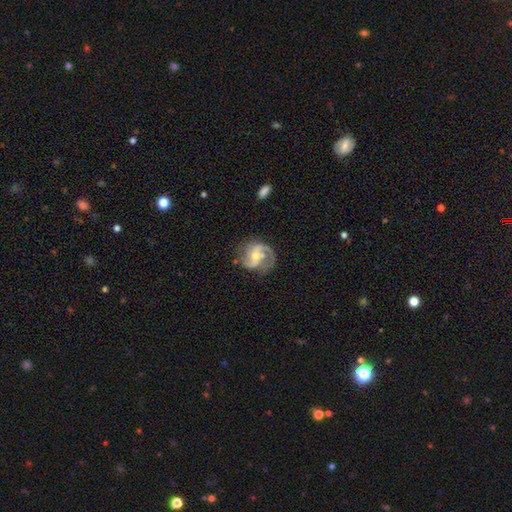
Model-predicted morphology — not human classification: type=featured or disk (86%); edge-on=no (98%); bar=weak (43%); spiral arms=yes (96%); winding=medium (51%); arm count=2 (82%); bulge=moderate (63%); merging=none (68%).